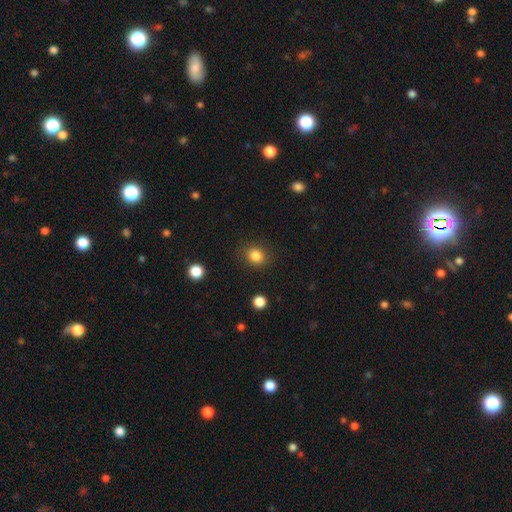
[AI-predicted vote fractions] smooth 85%, star or artifact 11%, featured or disk 5%. Down the decision tree: how rounded — round (71%); merging — none (85%).